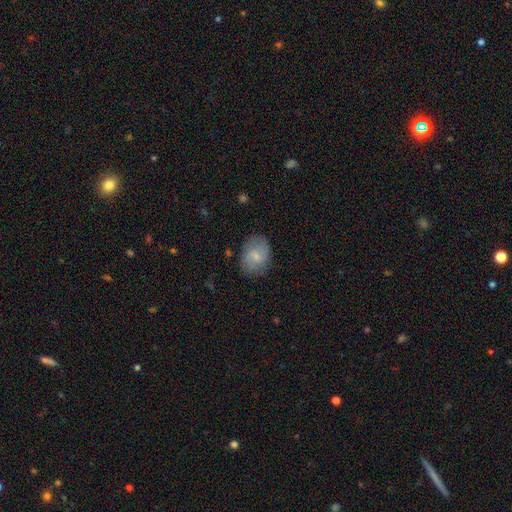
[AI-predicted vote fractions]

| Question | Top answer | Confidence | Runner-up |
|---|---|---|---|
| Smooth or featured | smooth | 64% | featured or disk (29%) |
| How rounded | in between | 62% | round (37%) |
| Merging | none | 77% | minor disturbance (17%) |